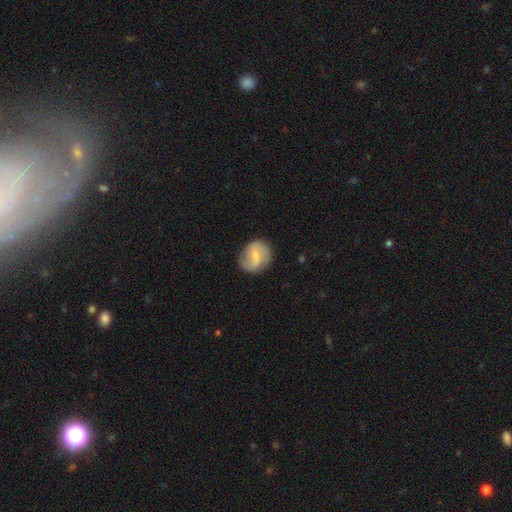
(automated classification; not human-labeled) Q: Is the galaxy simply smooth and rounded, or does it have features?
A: featured or disk — 56%.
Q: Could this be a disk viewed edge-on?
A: no — 98%.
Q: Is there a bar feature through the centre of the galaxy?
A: weak — 55%.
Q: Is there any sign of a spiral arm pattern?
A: yes — 86%.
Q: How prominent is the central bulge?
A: small — 60%.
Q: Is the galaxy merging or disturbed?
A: none — 77%.